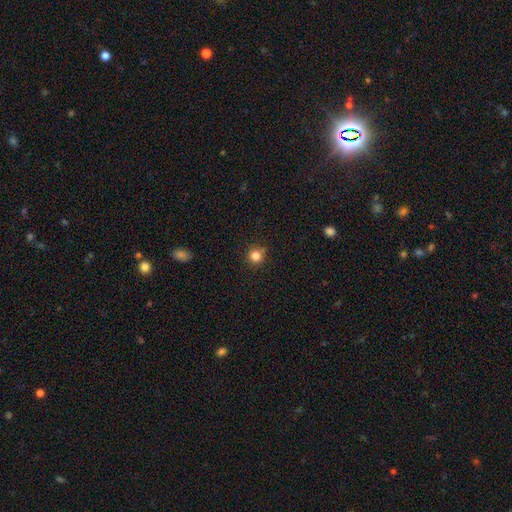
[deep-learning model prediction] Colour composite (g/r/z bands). It shows a smooth galaxy with no disk features (82%) that is round (93%). Merging: none (82%).